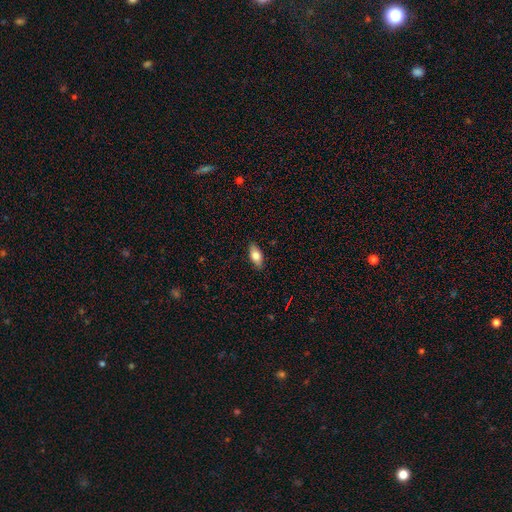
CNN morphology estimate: This appears to be a smooth galaxy with no disk features (79%) that is in between round and cigar-shaped (88%). Merging: none (87%).